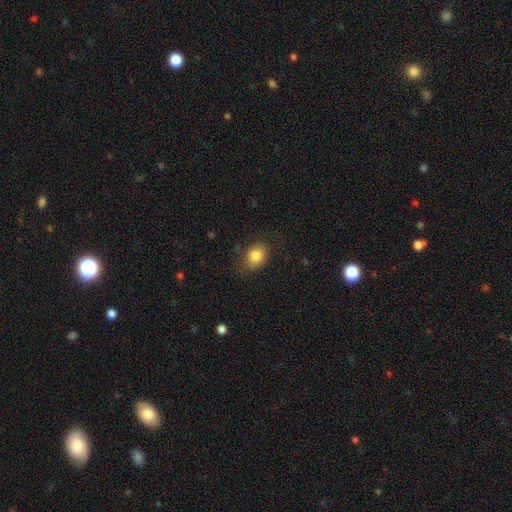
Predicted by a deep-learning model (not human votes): This is clearly a smooth galaxy (82%). How rounded: likely in between (64%). Merging: likely none (76%).